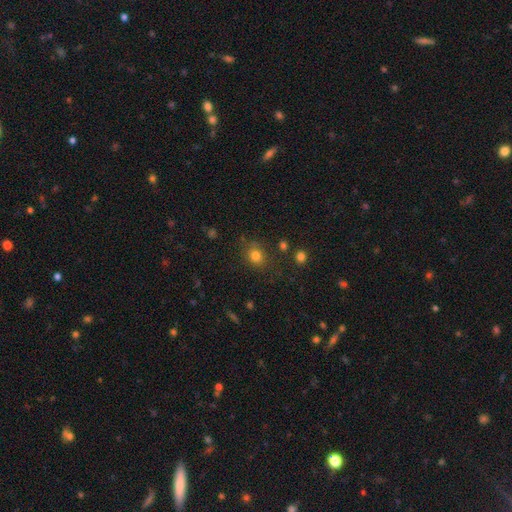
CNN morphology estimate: Smooth or featured? smooth (79%)
How rounded? round (74%)
Merging? none (78%)